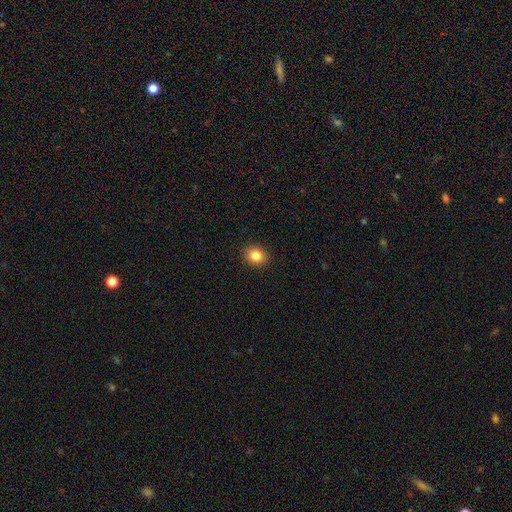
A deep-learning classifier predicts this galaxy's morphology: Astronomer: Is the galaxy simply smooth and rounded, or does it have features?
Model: smooth — 83%.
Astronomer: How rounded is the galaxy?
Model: round — 64%.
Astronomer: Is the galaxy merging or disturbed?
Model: none — 91%.